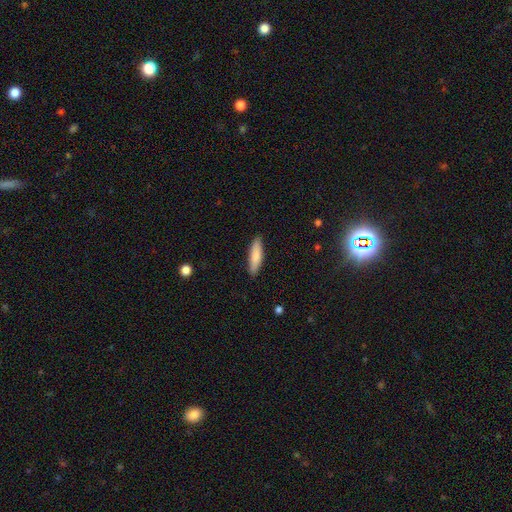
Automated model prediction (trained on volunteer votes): smooth-or-featured: smooth: 81% | featured or disk: 13% | star or artifact: 6%
  how-rounded: cigar-shaped: 72% | in between: 26% | round: 1%
  merging: none: 89% | minor disturbance: 9% | major disturbance: 2% | merger: 1%